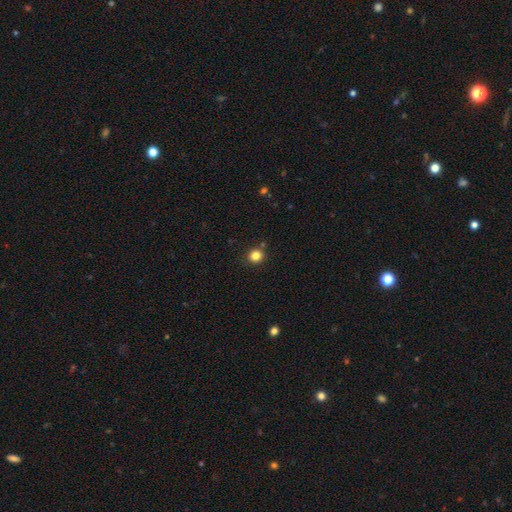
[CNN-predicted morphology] The model was most divided on "smooth or featured": smooth: 83%, star or artifact: 13%, featured or disk: 5%. More confident: how rounded — round (89%); merging — none (87%).